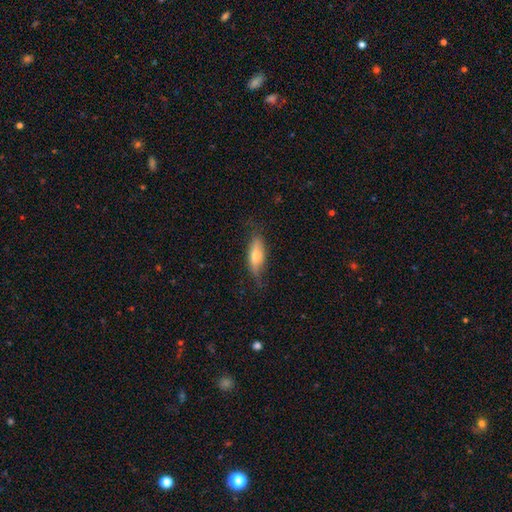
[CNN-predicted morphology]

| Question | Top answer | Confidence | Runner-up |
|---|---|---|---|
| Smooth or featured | smooth | 59% | featured or disk (33%) |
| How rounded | in between | 53% | cigar-shaped (45%) |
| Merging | none | 69% | minor disturbance (23%) |